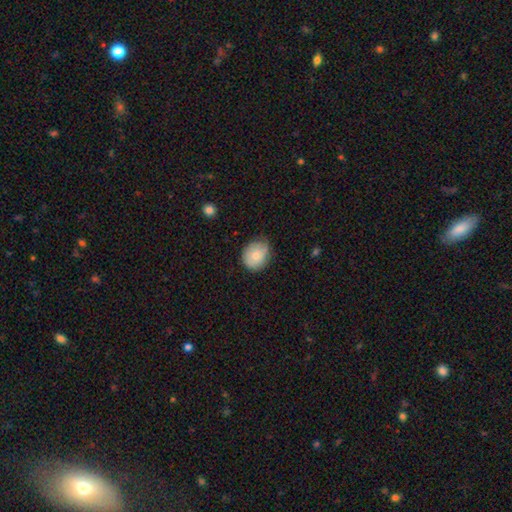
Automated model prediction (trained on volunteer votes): Morphology: type=smooth (77%); roundness=round (65%); merging=none (70%).